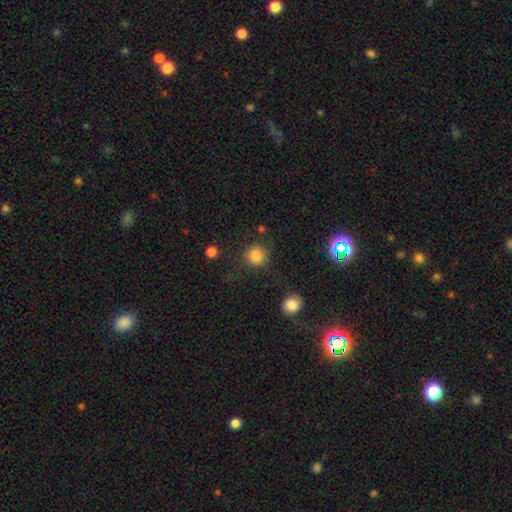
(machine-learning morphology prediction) This appears to be a smooth galaxy with no disk features (84%) that is round (90%). Merging: none (78%).